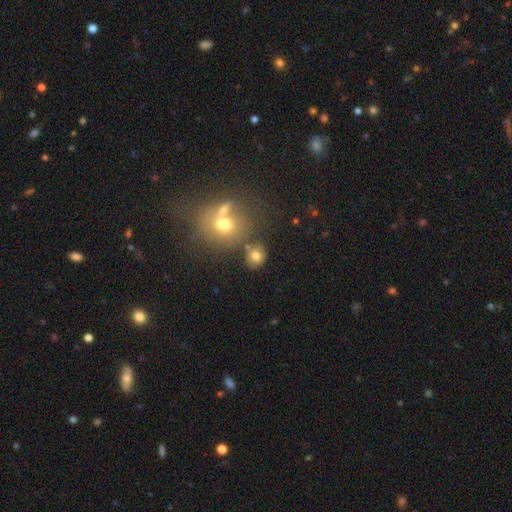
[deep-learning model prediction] This is likely a smooth galaxy (75%). How rounded: likely round (79%). Merging: likely none (70%).